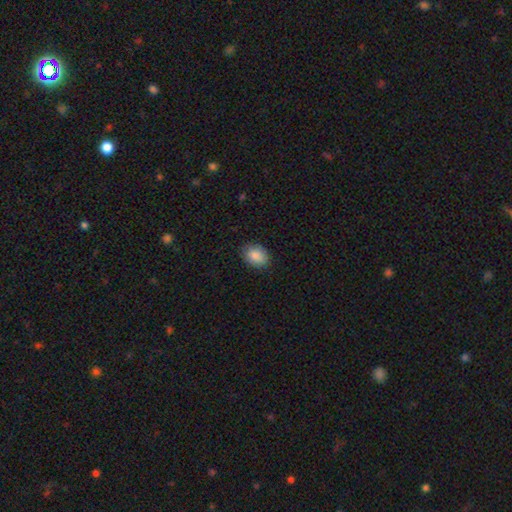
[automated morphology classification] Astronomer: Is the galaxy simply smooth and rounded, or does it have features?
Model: smooth — 87%.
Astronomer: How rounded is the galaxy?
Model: in between — 68%.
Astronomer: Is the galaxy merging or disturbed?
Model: none — 85%.